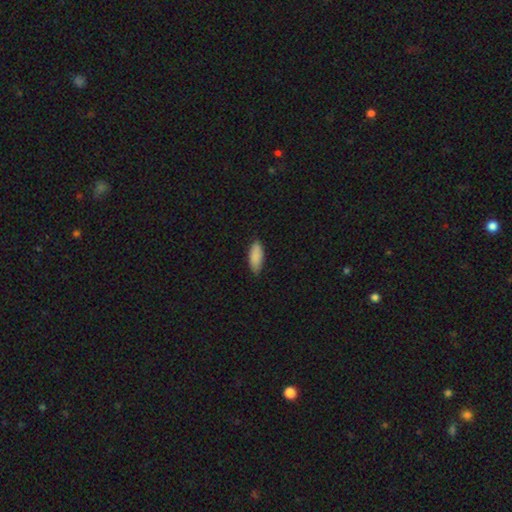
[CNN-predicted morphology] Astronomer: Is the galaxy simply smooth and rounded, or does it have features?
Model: smooth — 89%.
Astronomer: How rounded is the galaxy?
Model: in between — 79%.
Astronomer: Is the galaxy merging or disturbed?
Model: none — 81%.